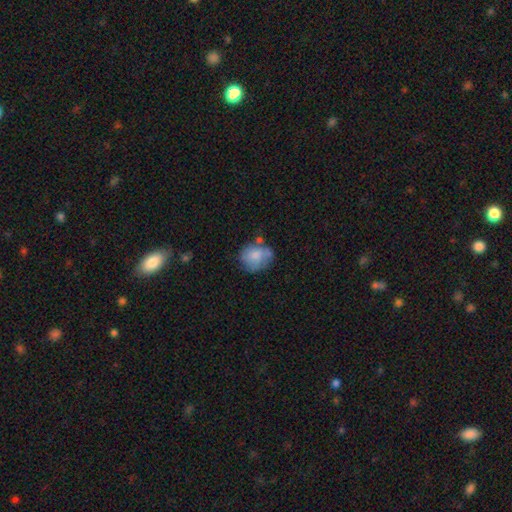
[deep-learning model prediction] Smooth or featured? smooth (69%)
How rounded? round (57%)
Merging? none (49%)